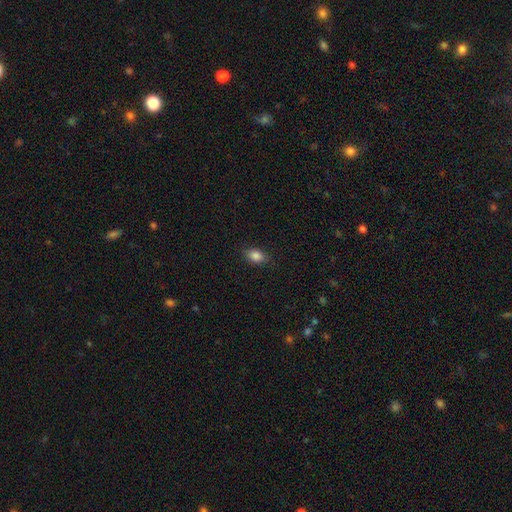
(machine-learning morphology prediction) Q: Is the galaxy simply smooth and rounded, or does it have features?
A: smooth — 86%.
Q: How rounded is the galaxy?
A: in between — 85%.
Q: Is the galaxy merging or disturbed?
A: none — 85%.